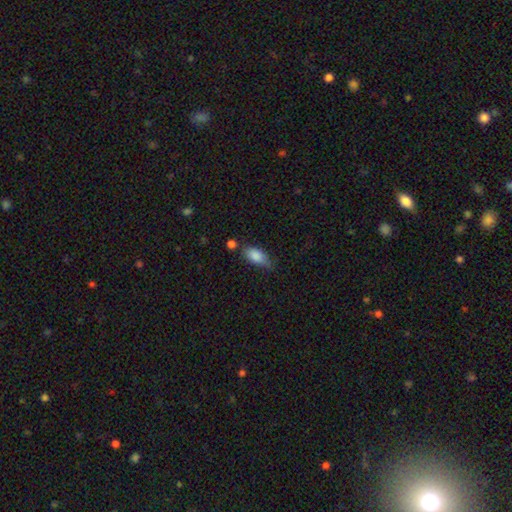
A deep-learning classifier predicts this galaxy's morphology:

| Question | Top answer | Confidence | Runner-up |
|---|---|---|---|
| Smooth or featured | smooth | 85% | featured or disk (8%) |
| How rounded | in between | 87% | cigar-shaped (10%) |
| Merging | none | 54% | minor disturbance (31%) |